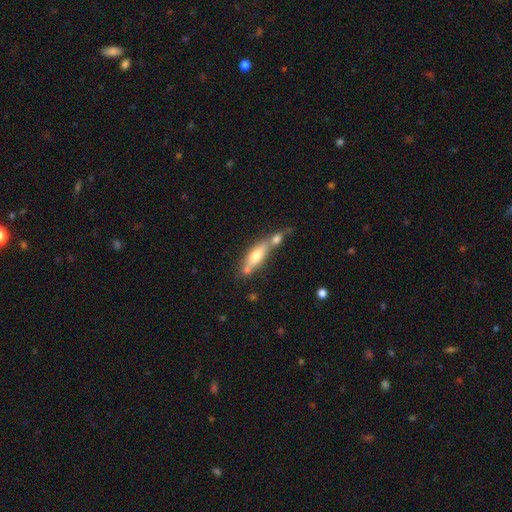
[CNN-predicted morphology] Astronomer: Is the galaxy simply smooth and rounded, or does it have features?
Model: smooth — 56% (runner-up: featured or disk, 37%).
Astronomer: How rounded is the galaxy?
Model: cigar-shaped — 52% (runner-up: in between, 45%).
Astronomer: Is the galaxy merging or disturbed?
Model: merger — 45% (runner-up: none, 37%).